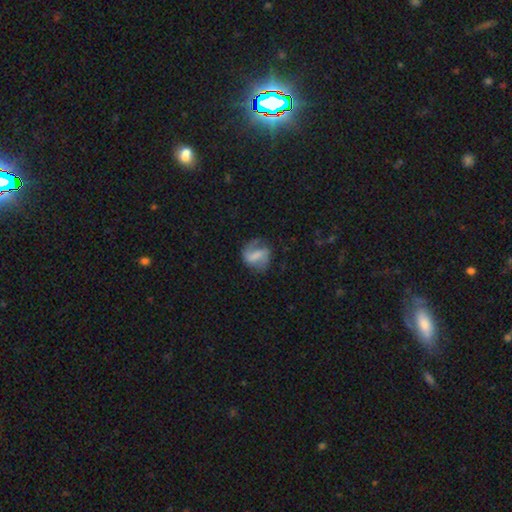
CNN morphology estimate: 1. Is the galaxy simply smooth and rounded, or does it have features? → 62% featured or disk, 30% smooth, 8% star or artifact.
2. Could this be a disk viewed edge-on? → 97% no, 3% yes.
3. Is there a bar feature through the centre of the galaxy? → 43% strong, 40% weak, 17% no.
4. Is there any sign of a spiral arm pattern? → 87% yes, 13% no.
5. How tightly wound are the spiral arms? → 43% medium, 39% loose, 18% tight.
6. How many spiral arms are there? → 78% 2, 12% 1, 7% can't tell, 1% 3, 1% 4, 1% more than 4.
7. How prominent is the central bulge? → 42% none, 25% small, 21% moderate, 9% large, 2% dominant.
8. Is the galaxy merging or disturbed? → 64% none, 20% minor disturbance, 13% major disturbance, 2% merger.